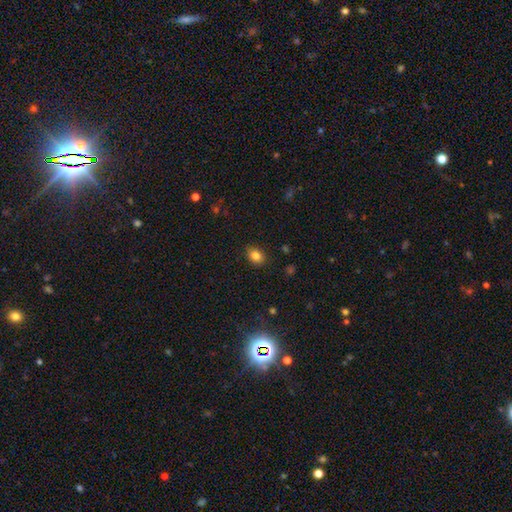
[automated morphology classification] Smooth or featured?
  - smooth: 84% *
  - star or artifact: 10%
  - featured or disk: 6%
How rounded?
  - in between: 65% *
  - round: 34%
  - cigar-shaped: 1%
Merging?
  - none: 88% *
  - minor disturbance: 9%
  - major disturbance: 2%
  - merger: 1%